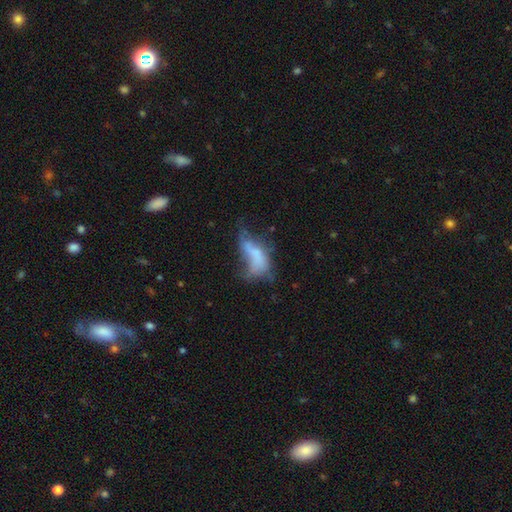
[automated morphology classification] type=smooth (49%); merging=major disturbance (45%).